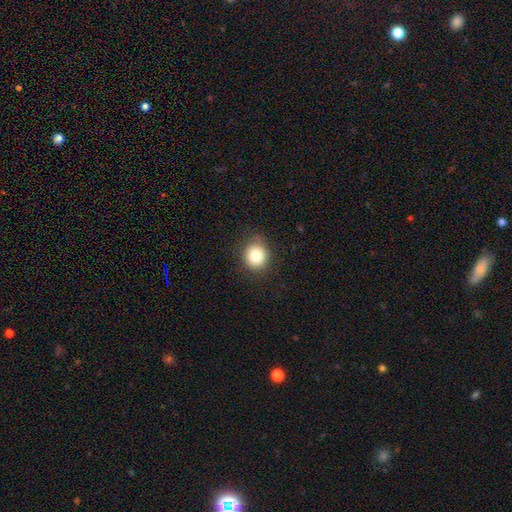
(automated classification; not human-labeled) Morphology: type=smooth (84%); roundness=round (78%); merging=none (83%).